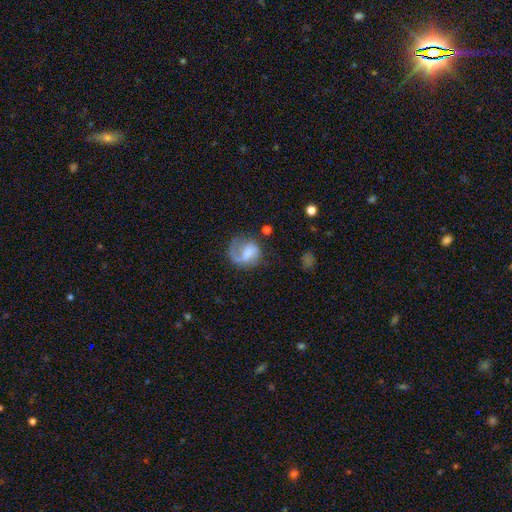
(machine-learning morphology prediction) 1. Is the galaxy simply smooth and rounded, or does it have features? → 60% featured or disk, 31% smooth, 8% star or artifact.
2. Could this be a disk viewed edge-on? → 98% no, 2% yes.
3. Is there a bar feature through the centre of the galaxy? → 47% no, 41% weak, 12% strong.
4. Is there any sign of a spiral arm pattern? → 87% yes, 13% no.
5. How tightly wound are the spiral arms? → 38% medium, 37% loose, 25% tight.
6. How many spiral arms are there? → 69% 1, 22% 2, 6% can't tell, 1% 3, 1% 4, 1% more than 4.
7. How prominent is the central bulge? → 36% none, 24% small, 23% moderate, 14% large, 3% dominant.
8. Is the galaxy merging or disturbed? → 50% none, 26% major disturbance, 21% minor disturbance, 3% merger.